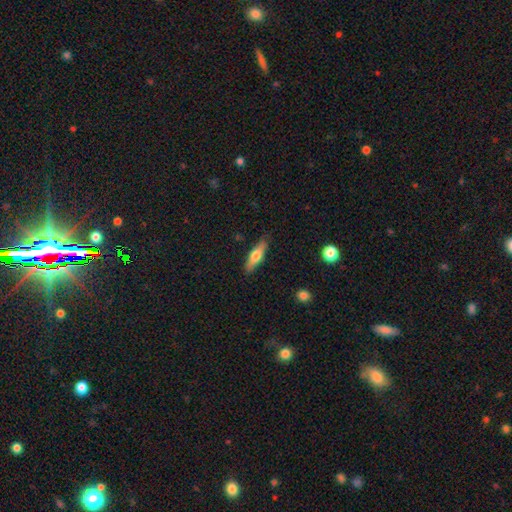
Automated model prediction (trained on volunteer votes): Morphology: type=smooth (58%); roundness=cigar-shaped (61%); merging=none (86%).